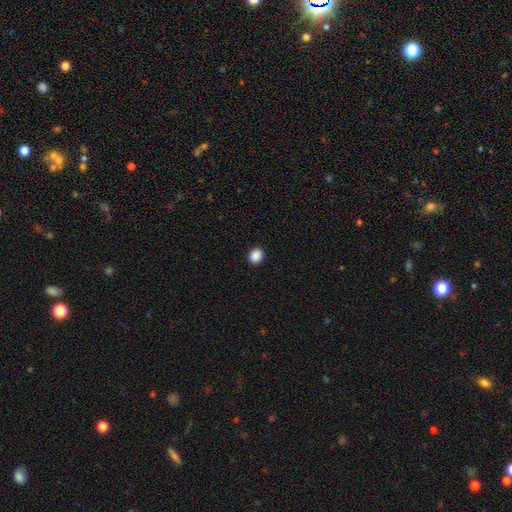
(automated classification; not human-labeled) The model was most divided on "how rounded": round: 77%, in between: 22%, cigar-shaped: 1%. More confident: merging — none (93%); smooth or featured — smooth (89%).